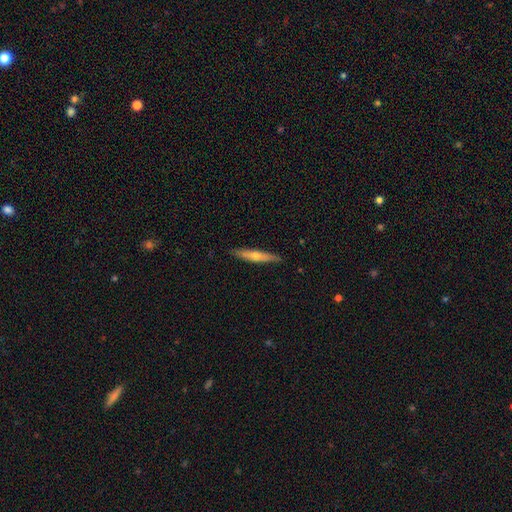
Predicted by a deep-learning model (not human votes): This is possibly a featured or disk galaxy (53%). It is clearly viewed edge-on (92%). Merging: clearly none (89%).